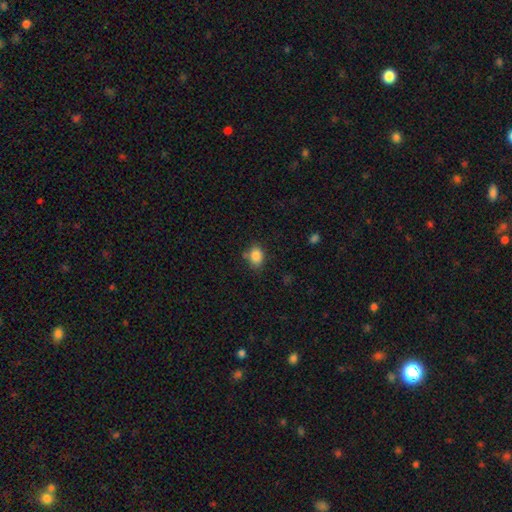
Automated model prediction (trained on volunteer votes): Q: Smooth or featured?
A: smooth (85%); runner-up: star or artifact (9%)
Q: How rounded?
A: in between (62%); runner-up: round (37%)
Q: Merging?
A: none (73%); runner-up: minor disturbance (18%)